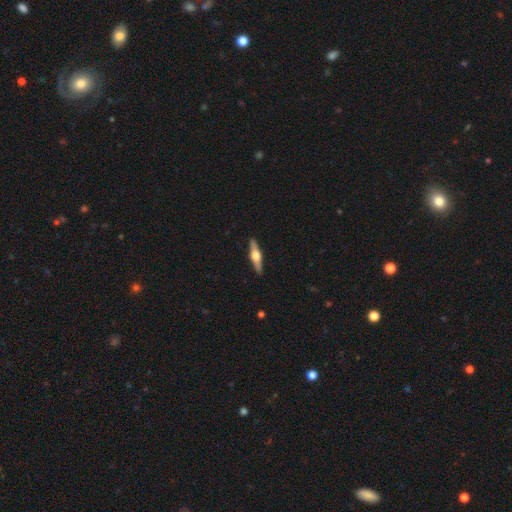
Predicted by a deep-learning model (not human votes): featured or disk 69%, smooth 25%, star or artifact 5%. Down the decision tree: edge-on disk — yes (97%); edge-on bulge — rounded (95%); merging — none (91%).